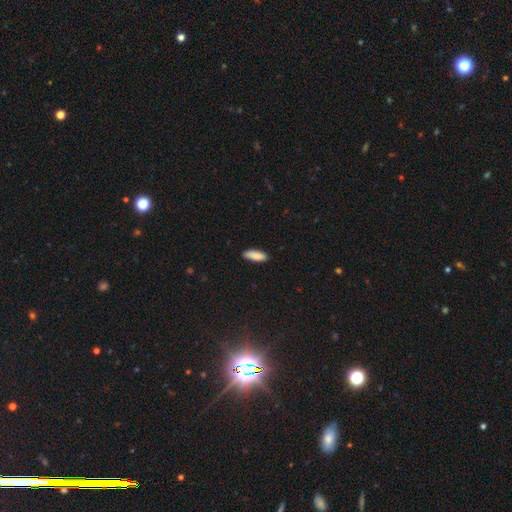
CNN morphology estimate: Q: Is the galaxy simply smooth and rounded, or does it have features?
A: smooth — 88%.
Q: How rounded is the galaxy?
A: in between — 57%.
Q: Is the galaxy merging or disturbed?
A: none — 88%.